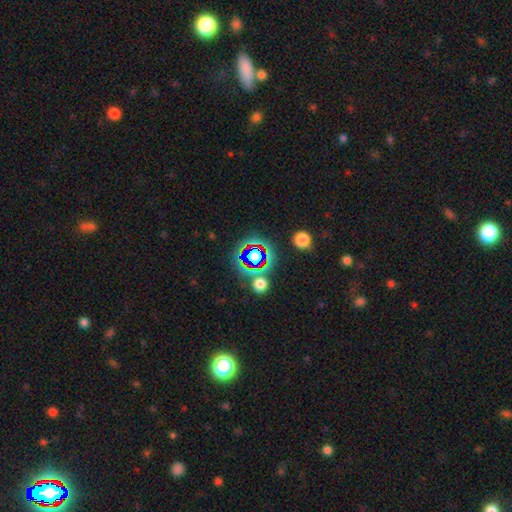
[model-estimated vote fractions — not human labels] A star or artifact, not a galaxy (61%).

Vote fractions:
- Smooth or featured? star or artifact: 61% / smooth: 27% / featured or disk: 13%